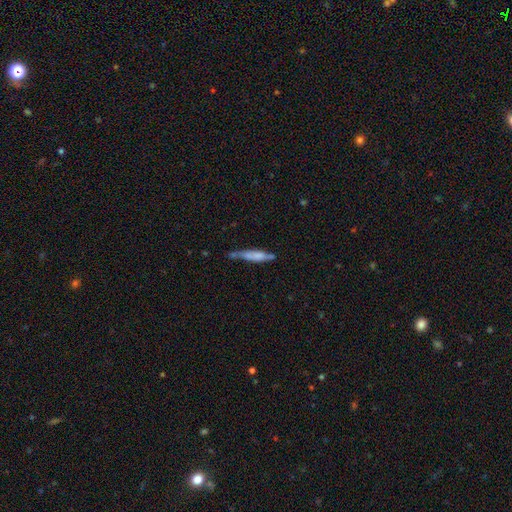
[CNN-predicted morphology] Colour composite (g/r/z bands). It shows a smooth galaxy with no disk features (59%) that is cigar-shaped (85%). Merging: none (54%).